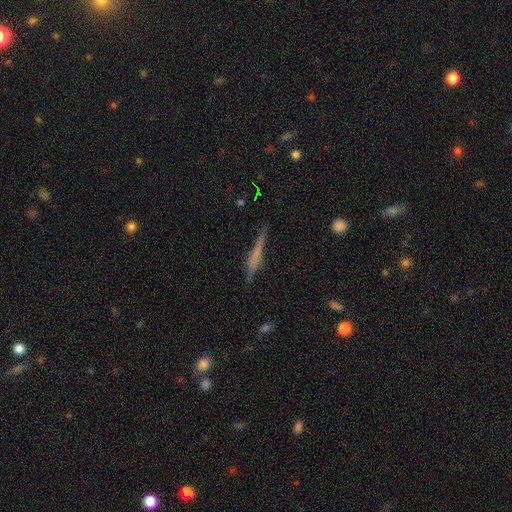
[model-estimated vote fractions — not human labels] Overall: featured or disk (56%; smooth 35%). Edge-on disk: yes (96%). Edge-on bulge: none (51%; rounded 28%). Merging: none (84%).